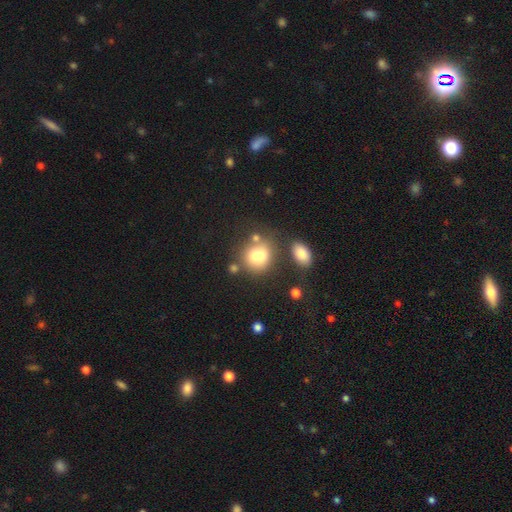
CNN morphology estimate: A smooth galaxy with no disk features (76%) that is round (59%). Merging: none (49%).